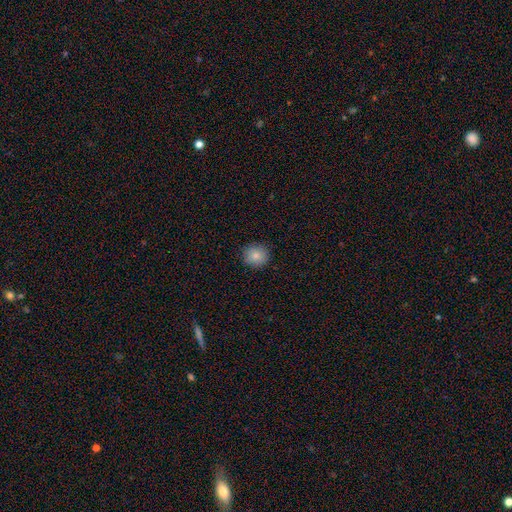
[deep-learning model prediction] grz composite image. It shows a smooth galaxy with no disk features (84%) that is round (89%). Merging: none (90%).